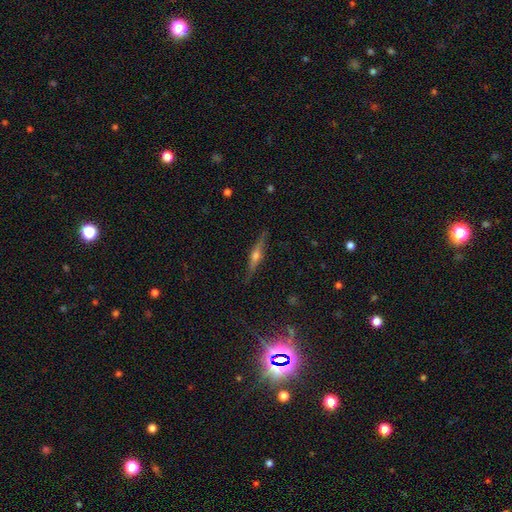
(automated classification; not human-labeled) featured or disk 70%, smooth 21%, star or artifact 9%. Down the decision tree: edge-on disk — yes (96%); edge-on bulge — rounded (87%); merging — none (84%).